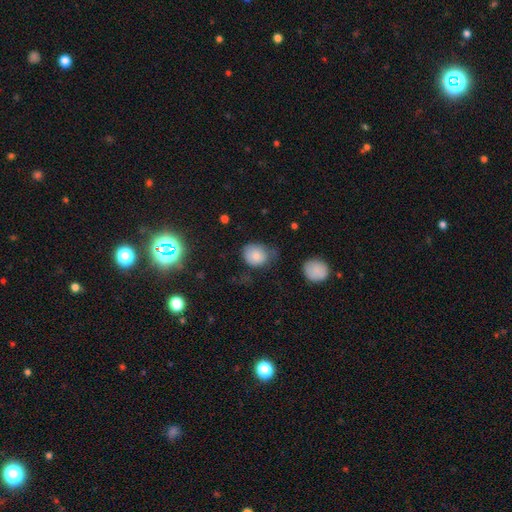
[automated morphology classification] A smooth galaxy with no disk features (78%) that is round (60%).

Vote fractions:
- Smooth or featured? smooth: 78% / featured or disk: 12% / star or artifact: 10%
- How rounded? round: 60% / in between: 39% / cigar-shaped: 1%
- Merging? none: 46% / minor disturbance: 35% / major disturbance: 16% / merger: 3%